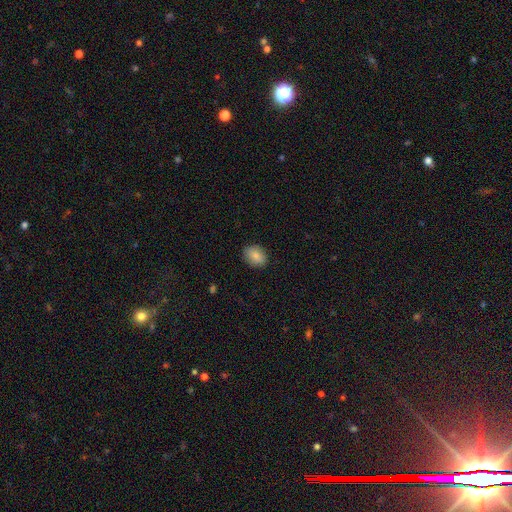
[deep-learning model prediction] A smooth galaxy with no disk features (85%) that is in between round and cigar-shaped (69%). Merging: none (88%).